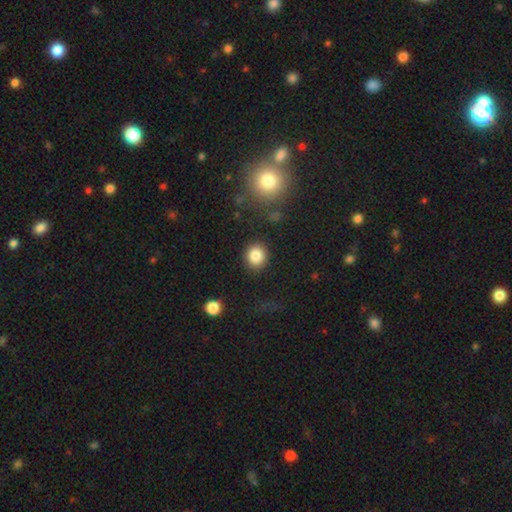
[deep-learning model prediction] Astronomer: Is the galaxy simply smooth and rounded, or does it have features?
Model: smooth — 85%.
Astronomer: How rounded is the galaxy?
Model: round — 81%.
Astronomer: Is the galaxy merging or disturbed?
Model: none — 88%.